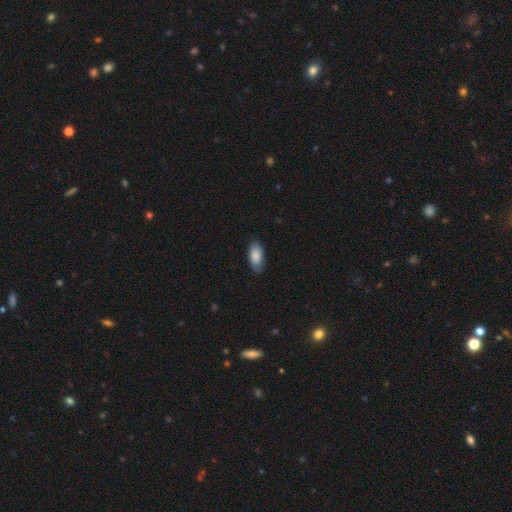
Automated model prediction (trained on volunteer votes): smooth 86%, featured or disk 8%, star or artifact 6%. Down the decision tree: how rounded — in between (89%); merging — none (81%).